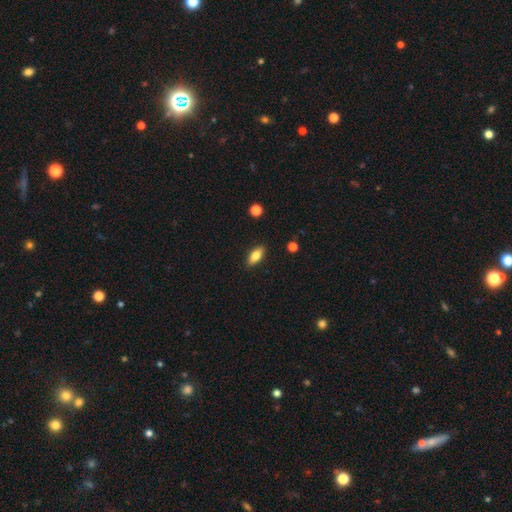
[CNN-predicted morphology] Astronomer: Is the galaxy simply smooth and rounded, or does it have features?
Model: smooth — 76%.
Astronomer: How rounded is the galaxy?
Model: in between — 83%.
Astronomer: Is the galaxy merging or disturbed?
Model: none — 88%.